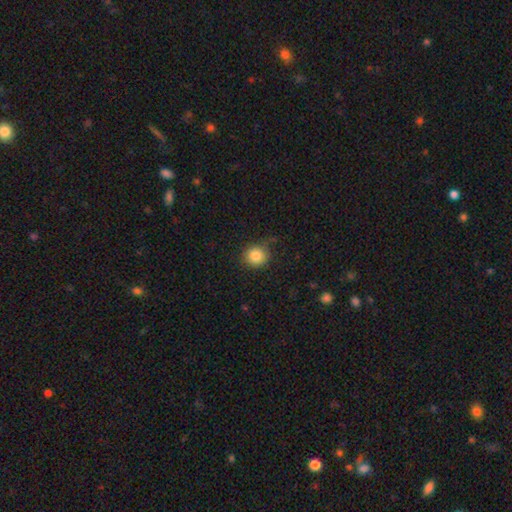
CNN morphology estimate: Q: Smooth or featured?
A: smooth (83%); runner-up: star or artifact (10%)
Q: How rounded?
A: round (86%); runner-up: in between (13%)
Q: Merging?
A: none (76%); runner-up: minor disturbance (19%)